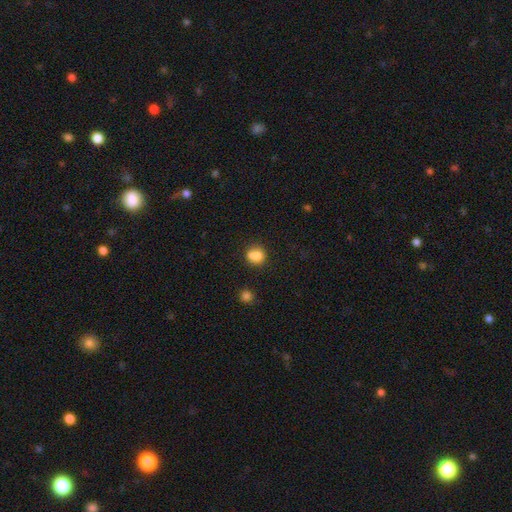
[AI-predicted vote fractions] A smooth galaxy with no disk features (77%) that is round (77%). Merging: none (47%).